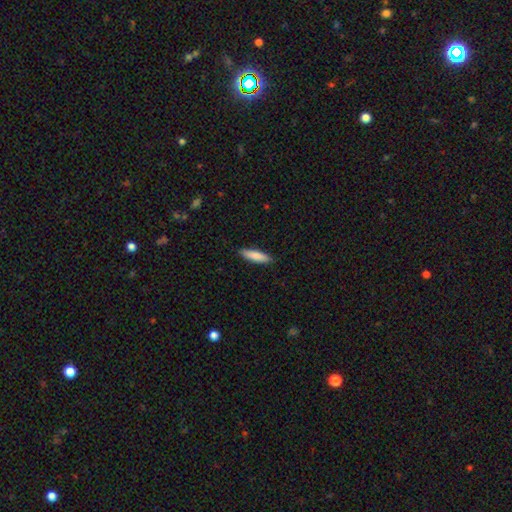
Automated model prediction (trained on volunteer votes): Smooth or featured? Predicted: smooth (p=0.85). How rounded? Predicted: cigar-shaped (p=0.71). Merging? Predicted: none (p=0.89).